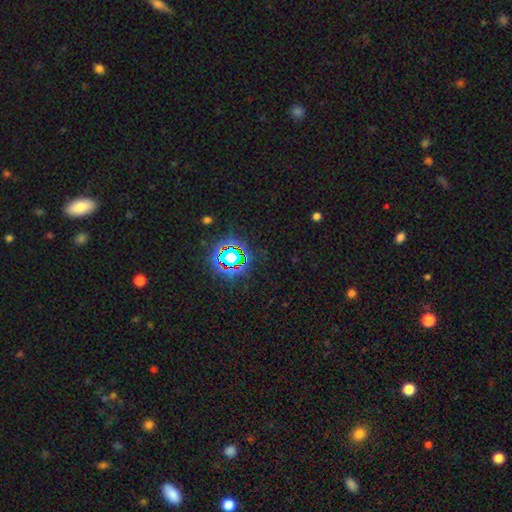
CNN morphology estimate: Q: Smooth or featured?
A: star or artifact (79%); runner-up: smooth (13%)